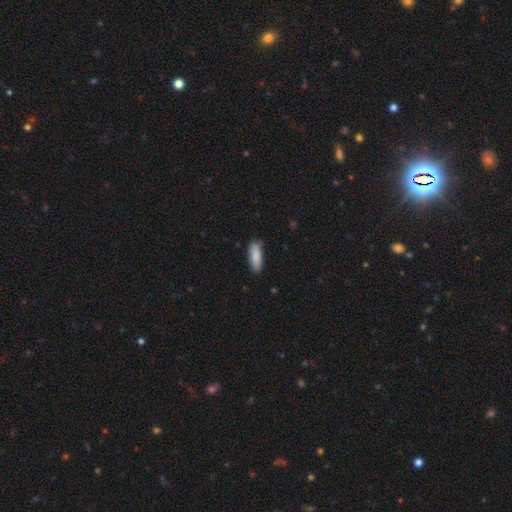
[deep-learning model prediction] This is clearly a smooth galaxy (86%). How rounded: possibly in between (56%). Merging: clearly none (82%).